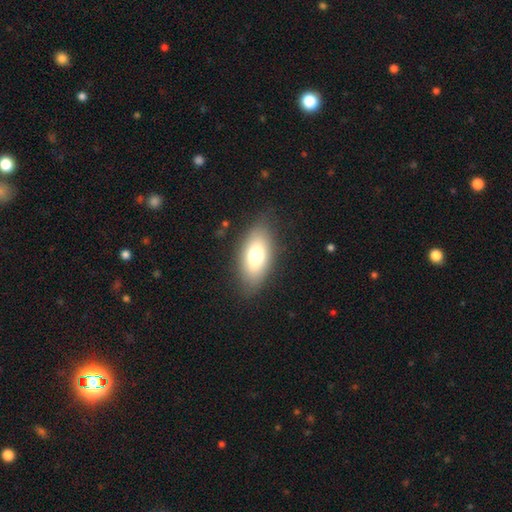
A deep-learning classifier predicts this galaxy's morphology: This is likely a smooth galaxy (71%). How rounded: clearly in between (87%). Merging: clearly none (81%).